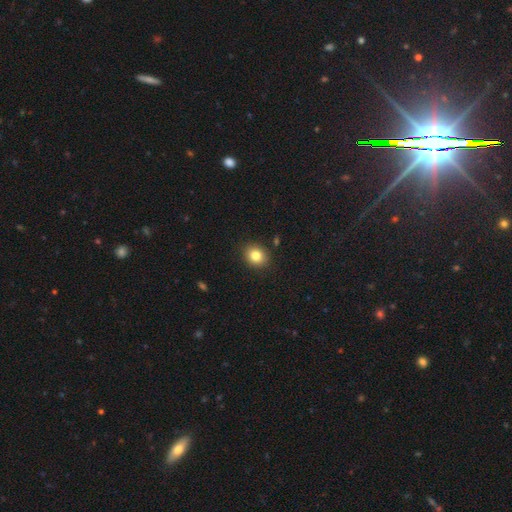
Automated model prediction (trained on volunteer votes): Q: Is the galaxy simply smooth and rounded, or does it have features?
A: smooth — 82%.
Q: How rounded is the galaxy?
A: round — 64%.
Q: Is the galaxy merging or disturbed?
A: none — 88%.